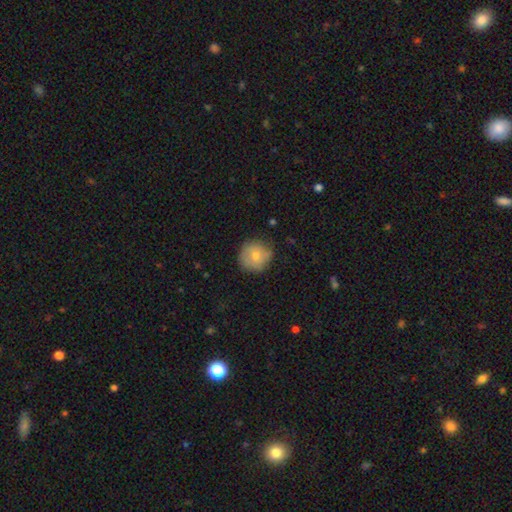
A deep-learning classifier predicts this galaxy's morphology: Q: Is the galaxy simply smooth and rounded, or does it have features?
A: smooth — 75%.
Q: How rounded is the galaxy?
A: round — 92%.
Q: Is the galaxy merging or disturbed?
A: none — 76%.